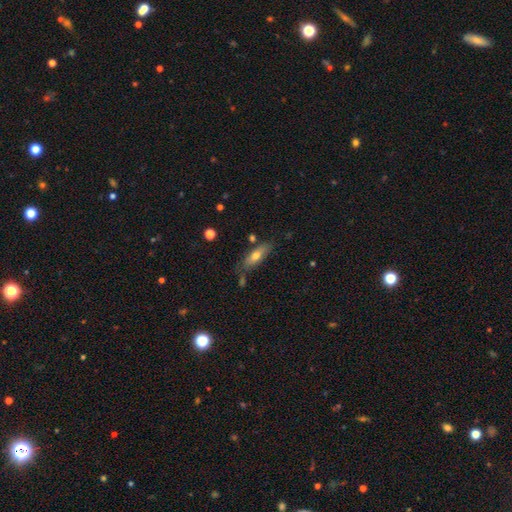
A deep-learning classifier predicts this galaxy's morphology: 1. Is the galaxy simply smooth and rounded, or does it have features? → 62% smooth, 31% featured or disk, 7% star or artifact.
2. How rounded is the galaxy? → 55% in between, 42% cigar-shaped, 3% round.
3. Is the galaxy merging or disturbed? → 70% none, 18% minor disturbance, 7% merger, 5% major disturbance.